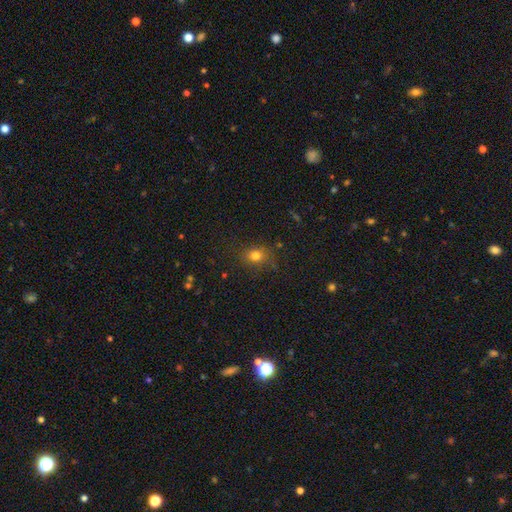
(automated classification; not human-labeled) smooth_or_featured: smooth (p=0.77) [alt: star or artifact p=0.16]
how_rounded: round (p=0.67) [alt: in between p=0.32]
merging: none (p=0.78) [alt: minor disturbance p=0.15]